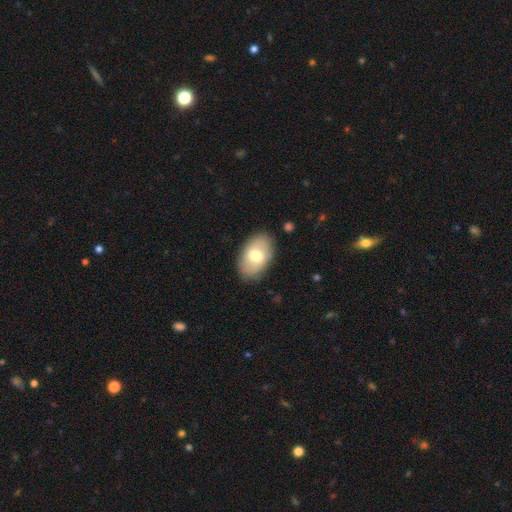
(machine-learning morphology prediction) Smooth or featured? smooth (69%)
How rounded? in between (91%)
Merging? none (84%)